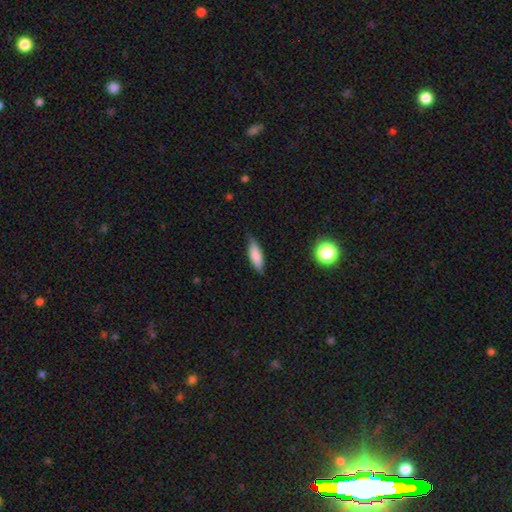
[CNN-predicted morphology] Smooth or featured? Predicted: smooth (p=0.79). How rounded? Predicted: in between (p=0.58). Merging? Predicted: none (p=0.74).